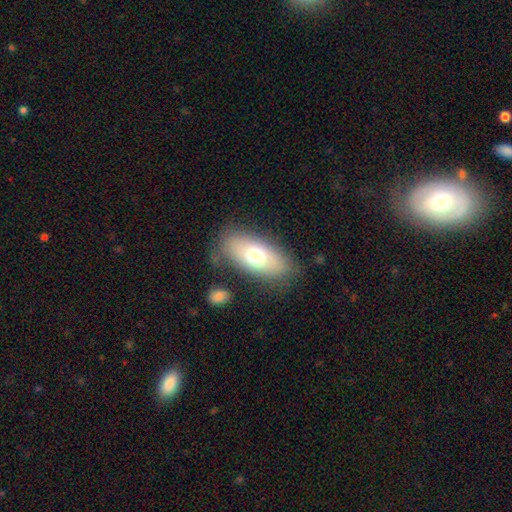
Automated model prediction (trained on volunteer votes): This is likely a smooth galaxy (69%). How rounded: clearly in between (86%). Merging: likely none (77%).